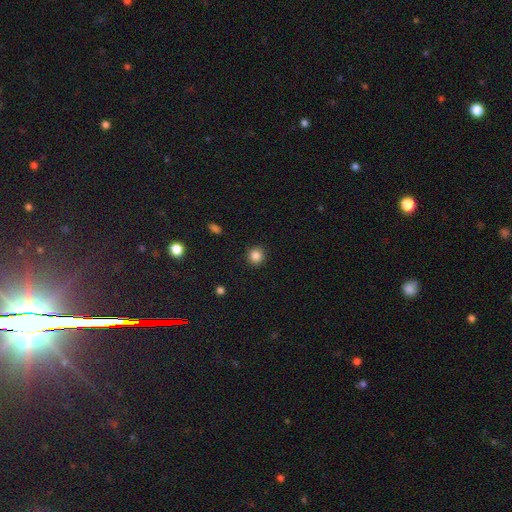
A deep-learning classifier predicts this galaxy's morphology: Smooth or featured? smooth (85%)
How rounded? round (94%)
Merging? none (91%)